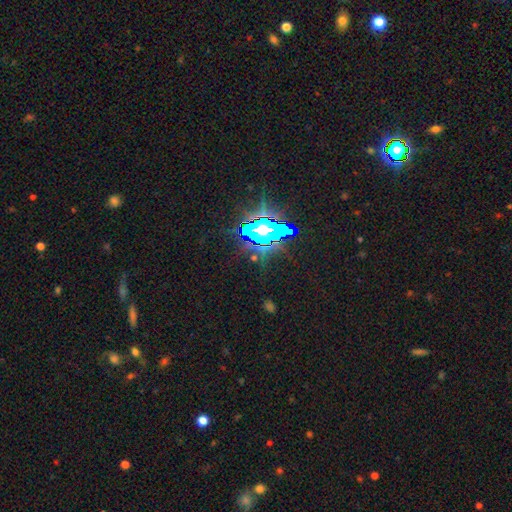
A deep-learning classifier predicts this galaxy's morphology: smooth-or-featured: star or artifact: 73% | smooth: 14% | featured or disk: 13%